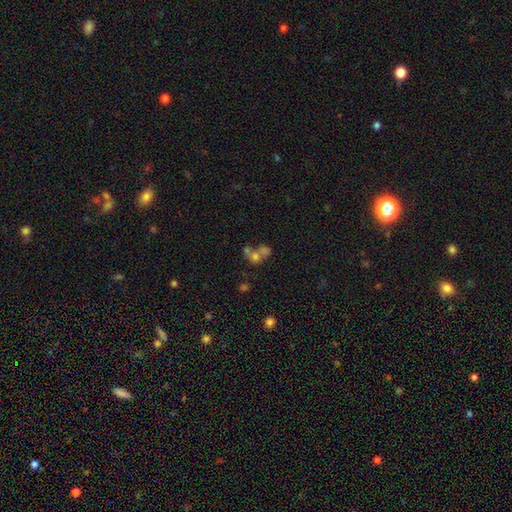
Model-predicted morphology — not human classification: type=smooth (51%); roundness=round (68%); merging=merger (55%).